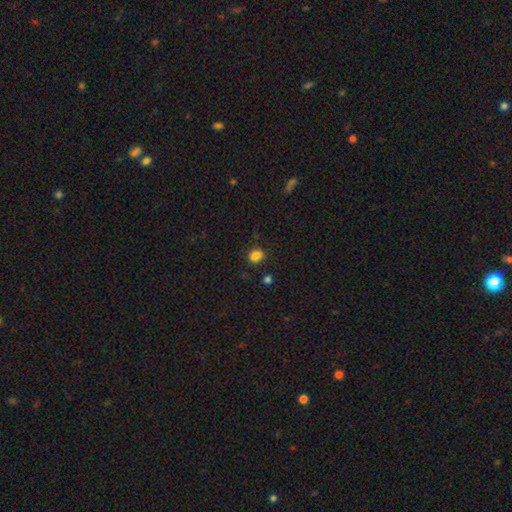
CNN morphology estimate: type=smooth (80%); roundness=in between (57%); merging=none (72%).